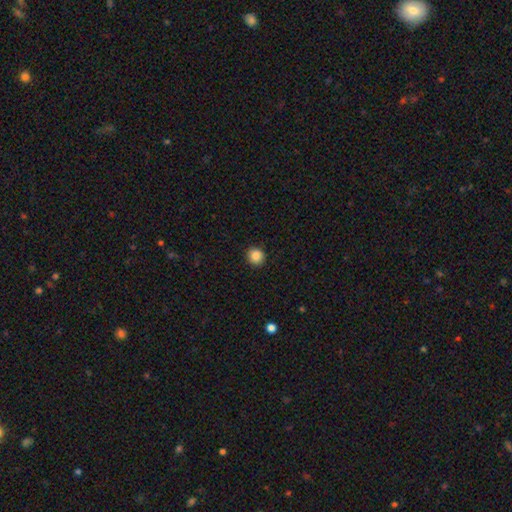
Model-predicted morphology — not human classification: Q: Smooth or featured?
A: smooth (86%); runner-up: star or artifact (10%)
Q: How rounded?
A: round (89%); runner-up: in between (10%)
Q: Merging?
A: none (92%); runner-up: minor disturbance (5%)